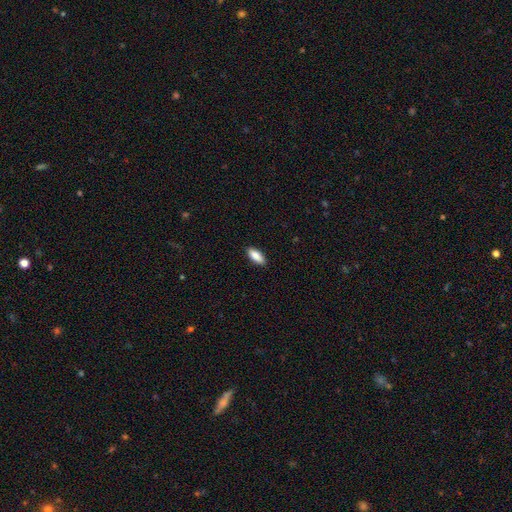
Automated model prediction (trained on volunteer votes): smooth-or-featured: smooth: 86% | featured or disk: 8% | star or artifact: 6%
  how-rounded: in between: 79% | cigar-shaped: 19% | round: 2%
  merging: none: 89% | minor disturbance: 8% | major disturbance: 2% | merger: 1%